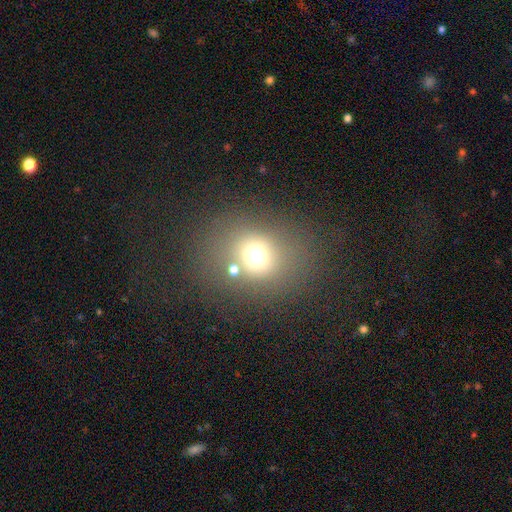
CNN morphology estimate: The model was most divided on "how rounded": round: 60%, in between: 39%, cigar-shaped: 1%. More confident: merging — none (68%); smooth or featured — smooth (67%).